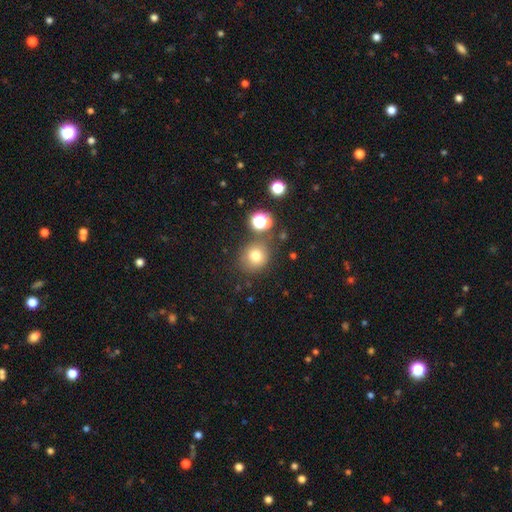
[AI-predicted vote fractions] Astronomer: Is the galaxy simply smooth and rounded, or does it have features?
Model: smooth — 75%.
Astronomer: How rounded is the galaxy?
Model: round — 83%.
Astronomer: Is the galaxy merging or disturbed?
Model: none — 75%.